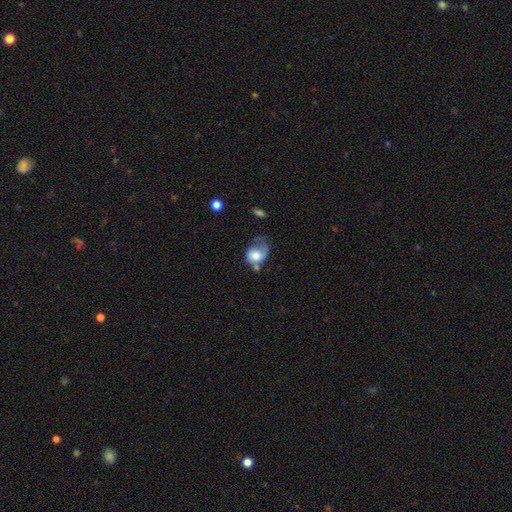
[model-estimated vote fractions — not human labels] Smooth or featured: smooth — 58% (featured or disk — 34%)
How rounded: in between — 54% (round — 45%)
Merging: major disturbance — 41% (minor disturbance — 25%)